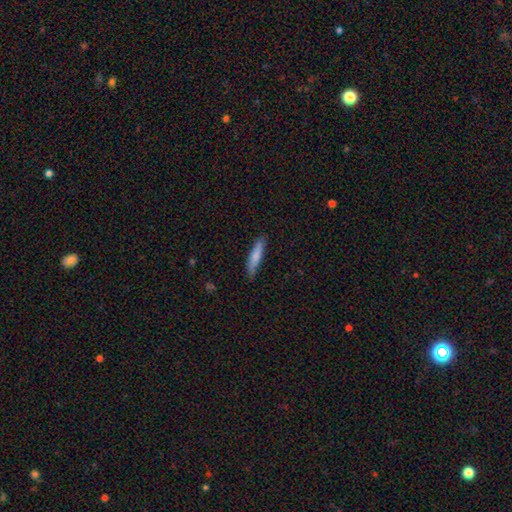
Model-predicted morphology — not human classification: smooth_or_featured: smooth (p=0.77) [alt: featured or disk p=0.18]
how_rounded: cigar-shaped (p=0.86) [alt: in between p=0.13]
merging: none (p=0.84) [alt: minor disturbance p=0.12]